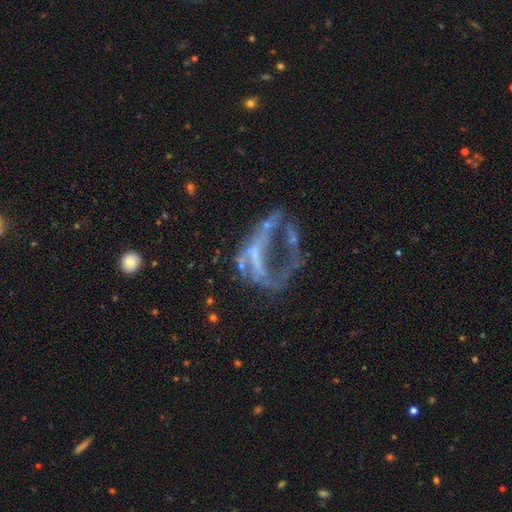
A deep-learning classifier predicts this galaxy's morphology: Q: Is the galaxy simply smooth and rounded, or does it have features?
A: featured or disk — 65%.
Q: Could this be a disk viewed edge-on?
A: no — 95%.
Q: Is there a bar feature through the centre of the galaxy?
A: no — 65%.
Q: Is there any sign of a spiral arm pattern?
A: no — 75%.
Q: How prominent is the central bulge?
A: none — 71%.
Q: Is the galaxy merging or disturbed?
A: major disturbance — 54%.